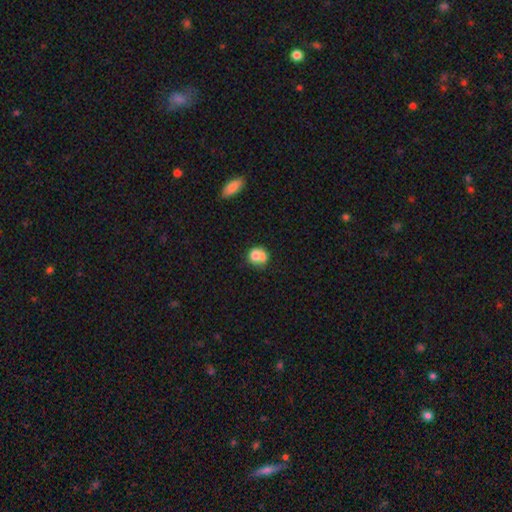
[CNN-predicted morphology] smooth-or-featured: smooth: 71% | featured or disk: 20% | star or artifact: 9%
  how-rounded: round: 68% | in between: 31% | cigar-shaped: 1%
  merging: merger: 51% | none: 29% | minor disturbance: 13% | major disturbance: 7%